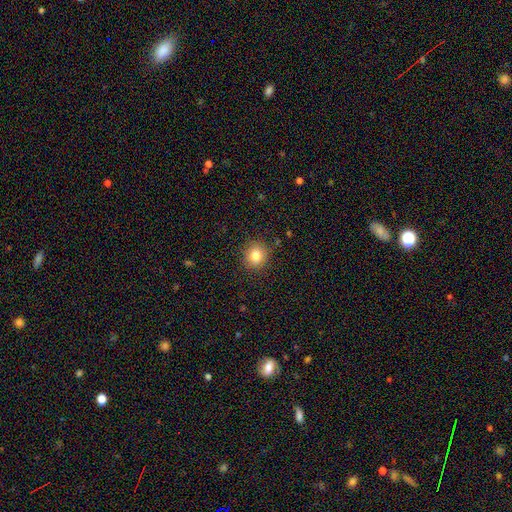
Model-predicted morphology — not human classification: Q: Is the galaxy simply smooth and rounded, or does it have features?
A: smooth — 81%.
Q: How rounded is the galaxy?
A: round — 86%.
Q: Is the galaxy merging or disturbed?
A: none — 89%.